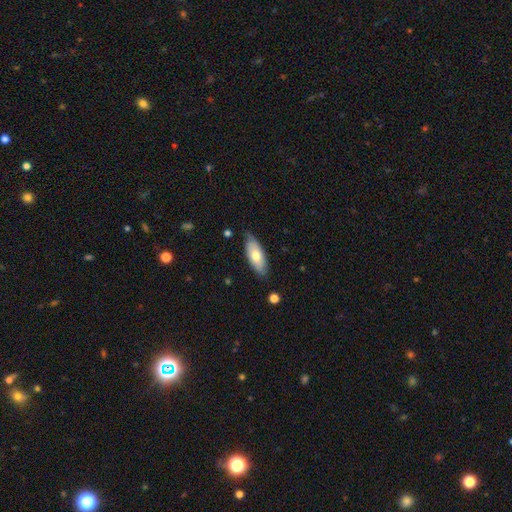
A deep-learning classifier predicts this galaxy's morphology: Overall: smooth (67%; featured or disk 28%). How rounded: in between (82%). Merging: none (76%).